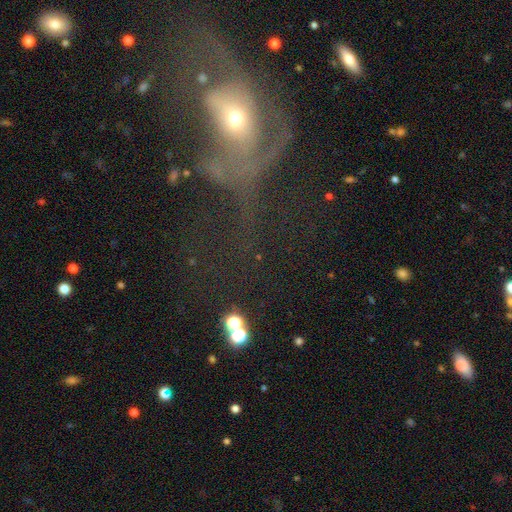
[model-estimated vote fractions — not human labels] This is possibly a featured or disk galaxy (45%). Merging: marginally major disturbance (44%).